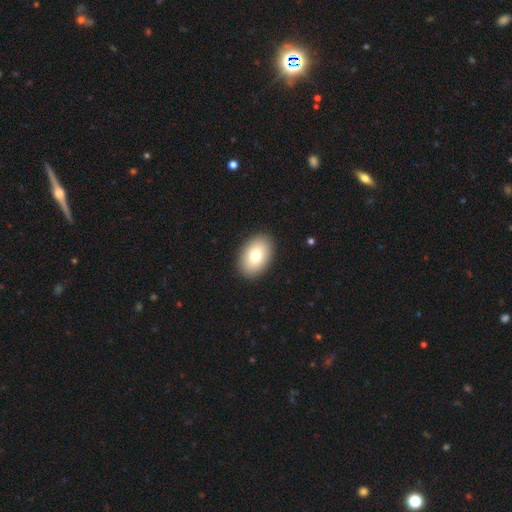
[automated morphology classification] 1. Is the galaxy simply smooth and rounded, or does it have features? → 79% smooth, 14% featured or disk, 7% star or artifact.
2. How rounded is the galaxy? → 88% in between, 11% round, 1% cigar-shaped.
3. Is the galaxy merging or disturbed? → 90% none, 7% minor disturbance, 2% major disturbance, 1% merger.